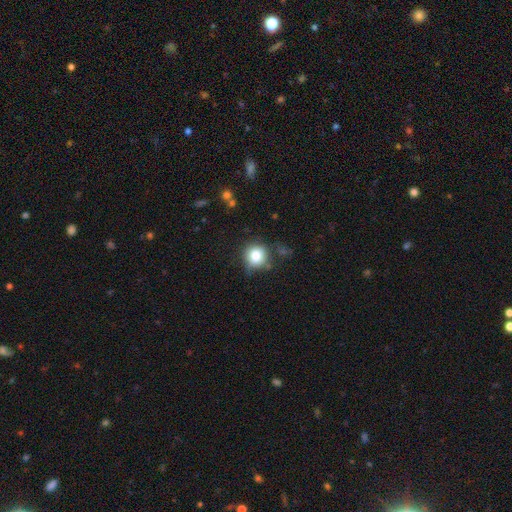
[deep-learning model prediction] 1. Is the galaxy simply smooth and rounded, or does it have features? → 81% smooth, 11% star or artifact, 8% featured or disk.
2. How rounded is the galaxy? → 87% round, 12% in between, 1% cigar-shaped.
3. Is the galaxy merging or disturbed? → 72% none, 19% minor disturbance, 5% major disturbance, 4% merger.